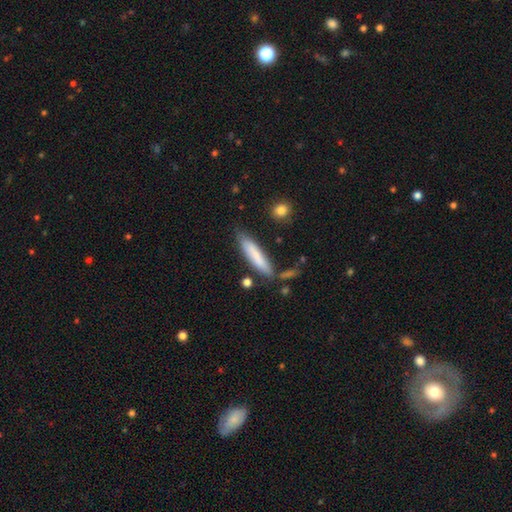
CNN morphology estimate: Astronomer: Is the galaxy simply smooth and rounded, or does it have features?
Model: smooth — 76%.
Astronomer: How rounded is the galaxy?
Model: cigar-shaped — 84%.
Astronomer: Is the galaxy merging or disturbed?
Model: none — 73%.